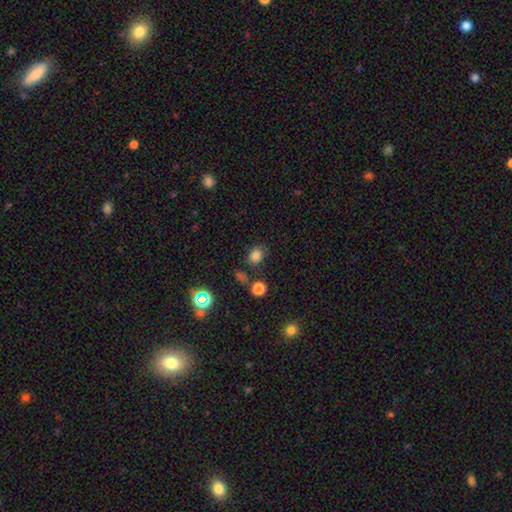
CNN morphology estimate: Overall: smooth (79%). How rounded: round (61%; in between 38%). Merging: none (74%).